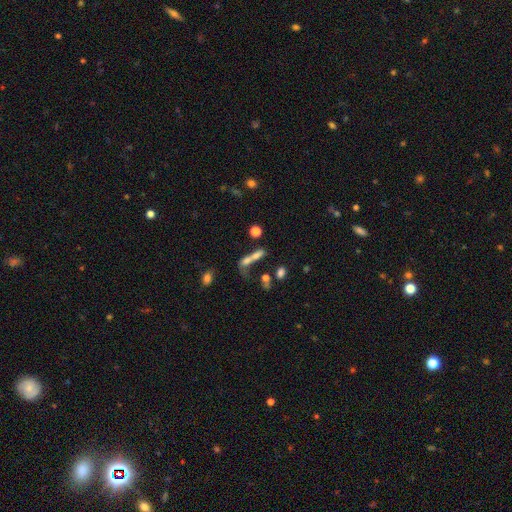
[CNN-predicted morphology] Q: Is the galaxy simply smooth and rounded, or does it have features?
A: smooth — 58%.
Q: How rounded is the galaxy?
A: cigar-shaped — 51%.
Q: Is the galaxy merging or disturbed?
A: merger — 45%.